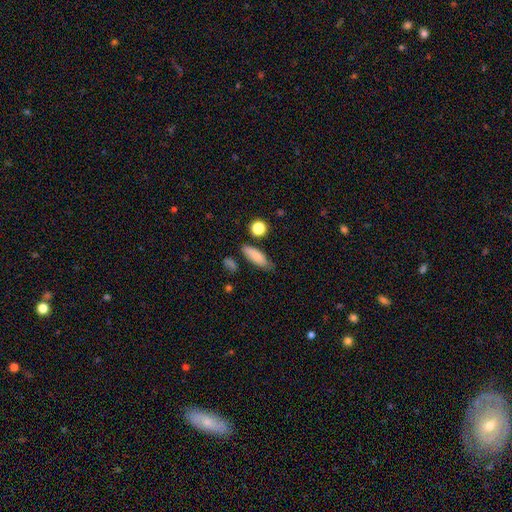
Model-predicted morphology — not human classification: Smooth or featured: smooth — 79% (featured or disk — 13%)
How rounded: in between — 60% (cigar-shaped — 36%)
Merging: none — 72% (minor disturbance — 19%)